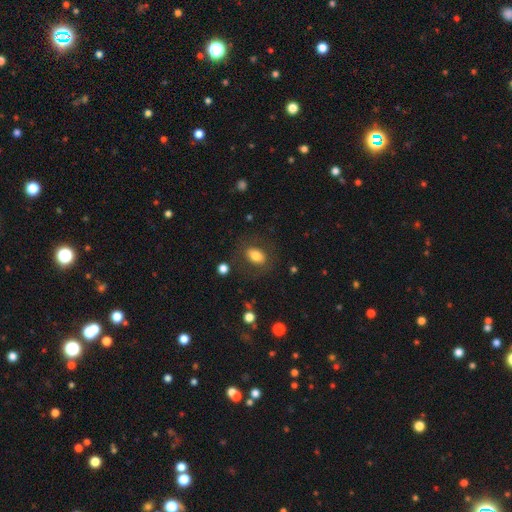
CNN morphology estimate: smooth-or-featured: smooth: 75% | featured or disk: 17% | star or artifact: 9%
  how-rounded: in between: 80% | round: 18% | cigar-shaped: 2%
  merging: none: 77% | minor disturbance: 13% | major disturbance: 8% | merger: 2%